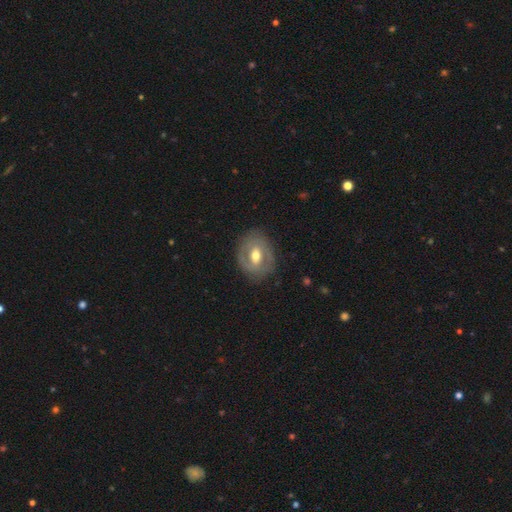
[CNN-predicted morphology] The model was most divided on "bar": weak: 45%, no: 28%, strong: 27%. More confident: edge-on disk — no (95%); merging — none (78%); bulge size — moderate (76%); smooth or featured — featured or disk (69%); spiral arms — yes (62%).